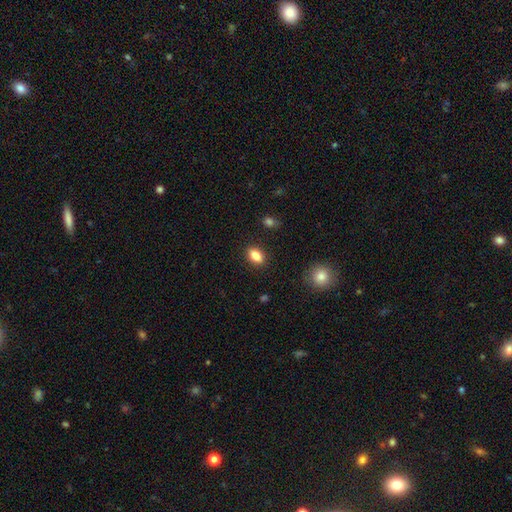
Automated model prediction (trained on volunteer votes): Q: Smooth or featured?
A: smooth (86%); runner-up: star or artifact (8%)
Q: How rounded?
A: in between (85%); runner-up: round (11%)
Q: Merging?
A: none (87%); runner-up: minor disturbance (9%)